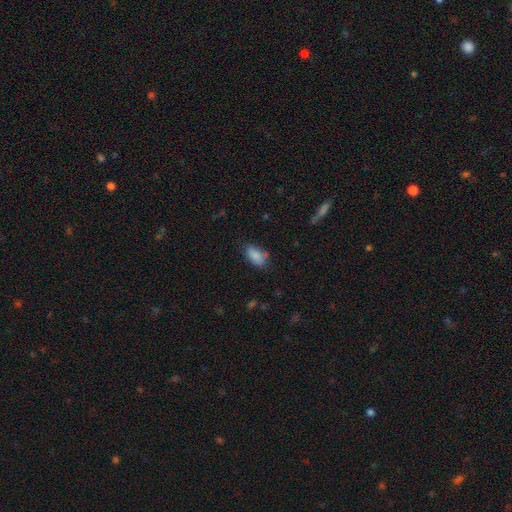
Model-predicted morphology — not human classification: Smooth or featured? Predicted: smooth (p=0.85). How rounded? Predicted: in between (p=0.90). Merging? Predicted: none (p=0.67).